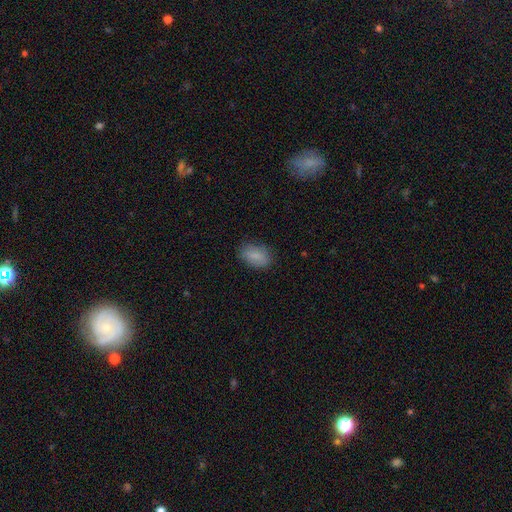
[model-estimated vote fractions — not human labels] smooth 85%, featured or disk 8%, star or artifact 7%. Down the decision tree: how rounded — in between (87%); merging — none (80%).